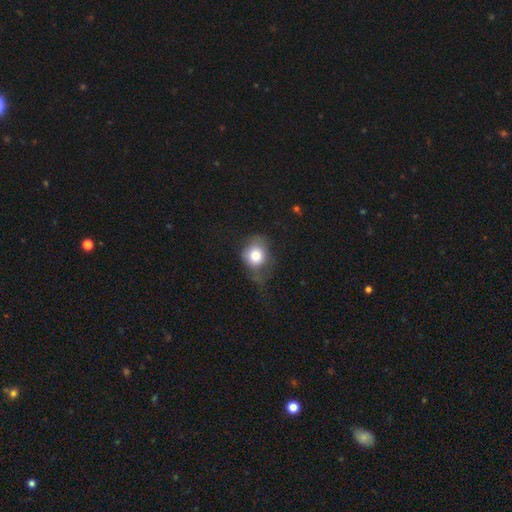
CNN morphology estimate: smooth_or_featured: smooth (p=0.77) [alt: featured or disk p=0.13]
how_rounded: round (p=0.67) [alt: in between p=0.32]
merging: none (p=0.42) [alt: minor disturbance p=0.33]